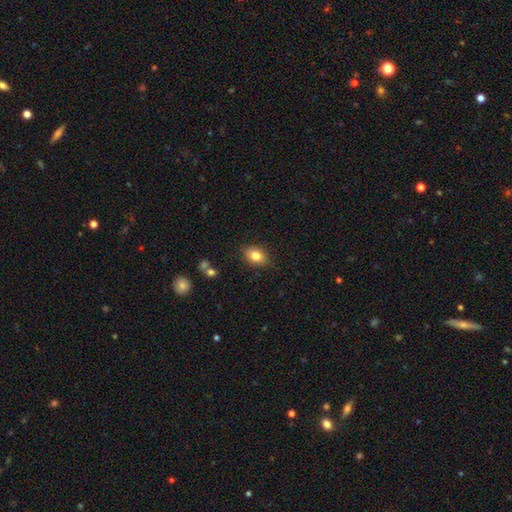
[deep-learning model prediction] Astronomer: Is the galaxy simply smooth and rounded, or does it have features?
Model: smooth — 82%.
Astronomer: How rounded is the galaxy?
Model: in between — 69%.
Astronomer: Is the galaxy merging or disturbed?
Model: none — 85%.